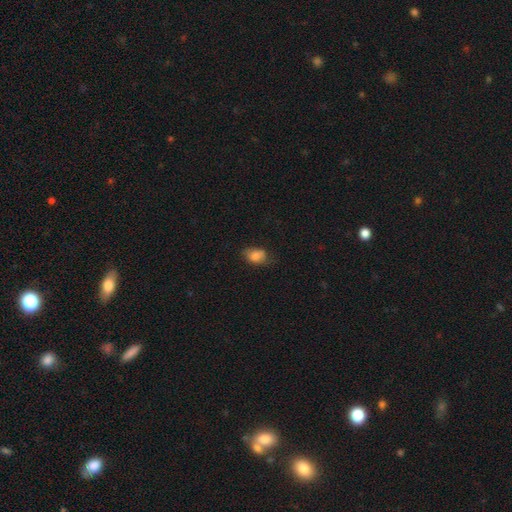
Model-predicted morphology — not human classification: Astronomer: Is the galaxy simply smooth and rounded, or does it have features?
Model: smooth — 82%.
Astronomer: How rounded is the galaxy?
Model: in between — 80%.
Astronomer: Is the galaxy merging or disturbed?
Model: none — 69%.